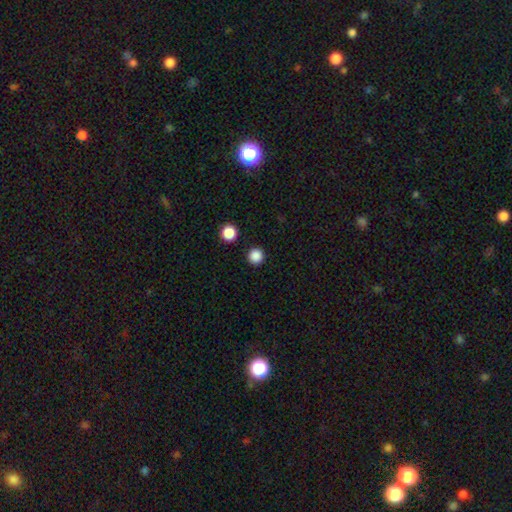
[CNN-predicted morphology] Overall: smooth (86%). How rounded: round (96%). Merging: none (92%).